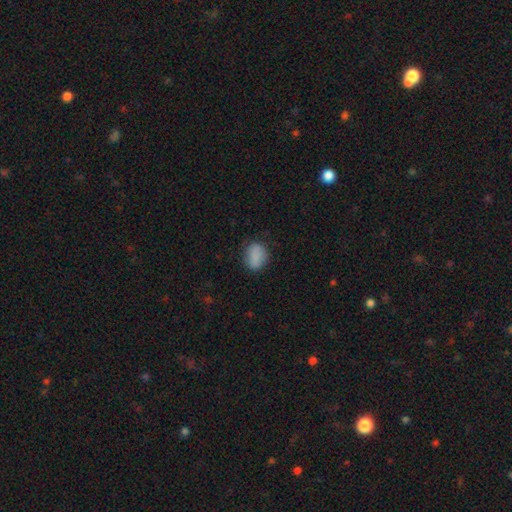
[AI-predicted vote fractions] Q: Smooth or featured?
A: smooth (85%); runner-up: star or artifact (9%)
Q: How rounded?
A: in between (71%); runner-up: round (27%)
Q: Merging?
A: none (76%); runner-up: minor disturbance (18%)